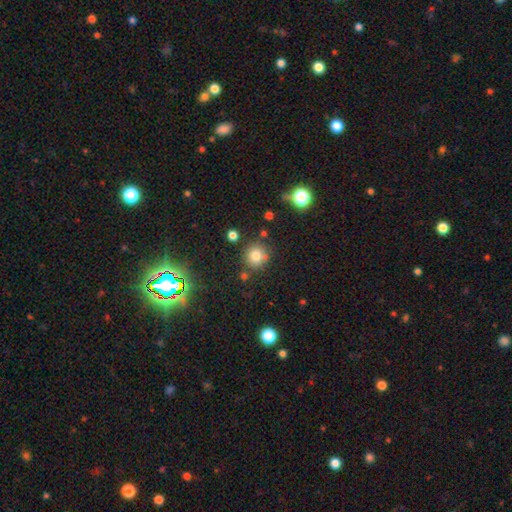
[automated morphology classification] smooth-or-featured: smooth: 77% | star or artifact: 15% | featured or disk: 8%
  how-rounded: round: 90% | in between: 9% | cigar-shaped: 1%
  merging: none: 79% | minor disturbance: 10% | merger: 8% | major disturbance: 3%